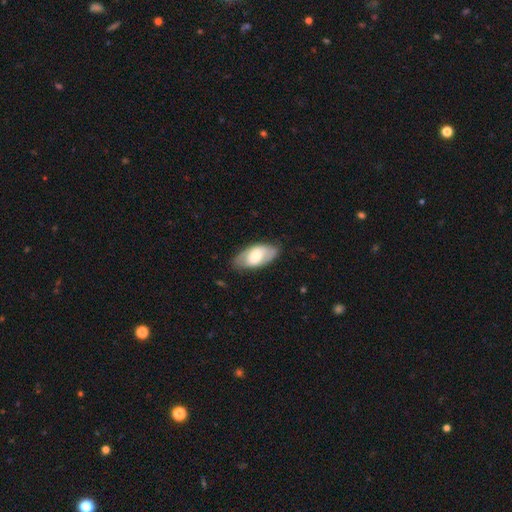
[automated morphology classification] Smooth or featured? smooth (52%)
How rounded? in between (93%)
Merging? none (77%)